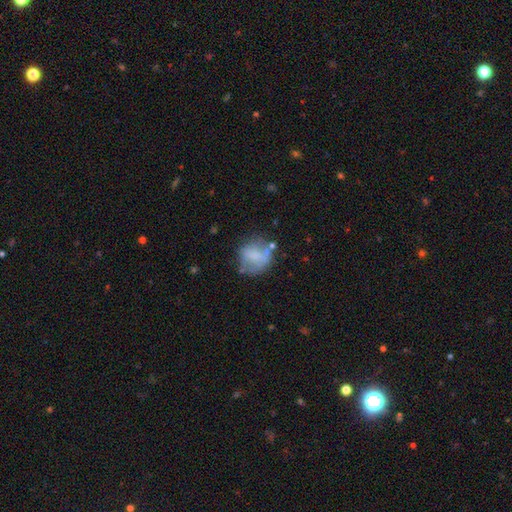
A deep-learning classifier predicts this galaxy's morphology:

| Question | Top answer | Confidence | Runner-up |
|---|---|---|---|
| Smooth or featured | smooth | 59% | featured or disk (31%) |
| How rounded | round | 73% | in between (25%) |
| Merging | none | 50% | minor disturbance (25%) |